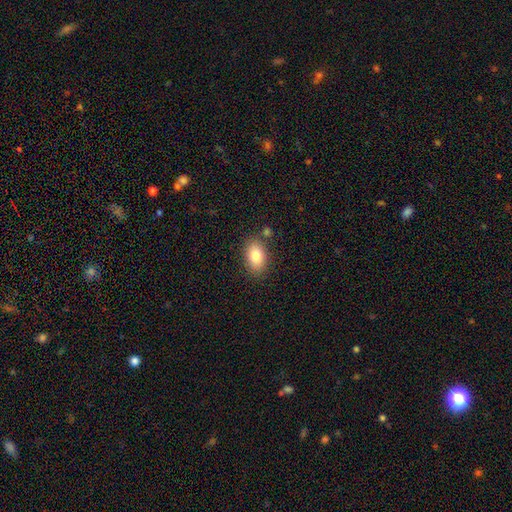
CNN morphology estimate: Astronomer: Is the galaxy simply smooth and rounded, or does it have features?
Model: smooth — 81%.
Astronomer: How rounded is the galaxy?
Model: in between — 89%.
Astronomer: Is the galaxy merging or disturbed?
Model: none — 81%.